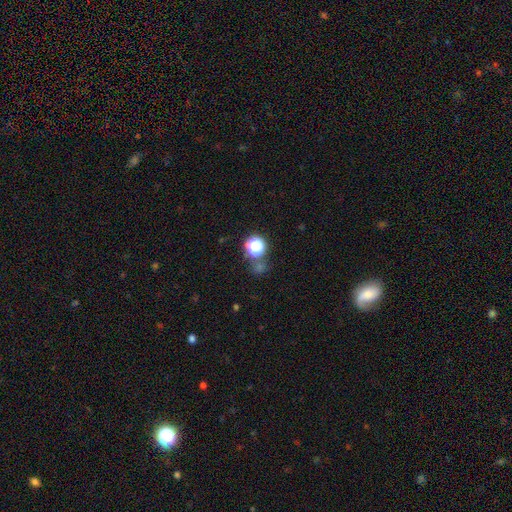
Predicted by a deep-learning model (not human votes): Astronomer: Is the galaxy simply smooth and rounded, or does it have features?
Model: star or artifact — 55% (runner-up: smooth, 34%).